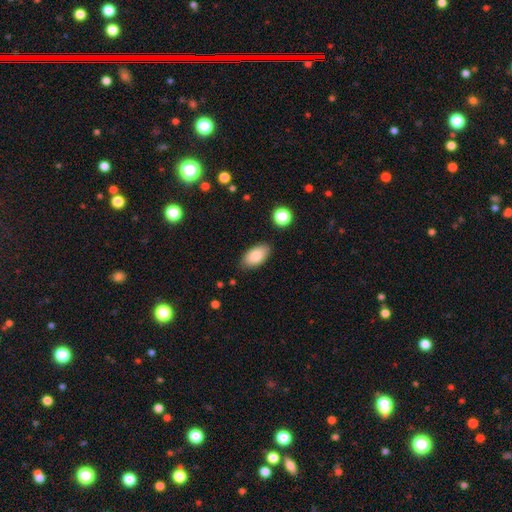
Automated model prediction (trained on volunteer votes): This appears to be a smooth galaxy with no disk features (85%) that is in between round and cigar-shaped (94%). Merging: none (83%).